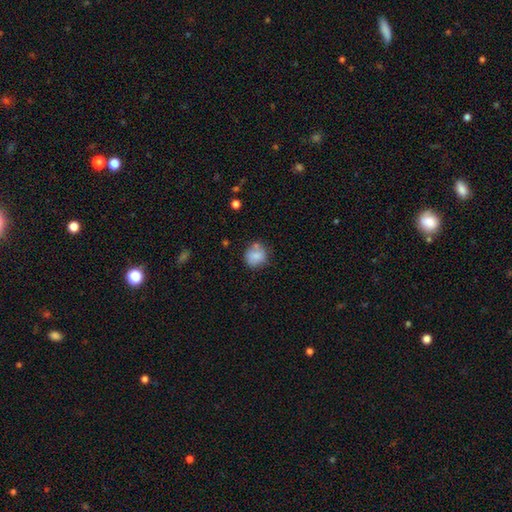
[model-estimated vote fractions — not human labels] A smooth galaxy with no disk features (78%) that is round (80%).

Vote fractions:
- Smooth or featured? smooth: 78% / featured or disk: 13% / star or artifact: 9%
- How rounded? round: 80% / in between: 19% / cigar-shaped: 1%
- Merging? none: 61% / minor disturbance: 21% / merger: 13% / major disturbance: 6%